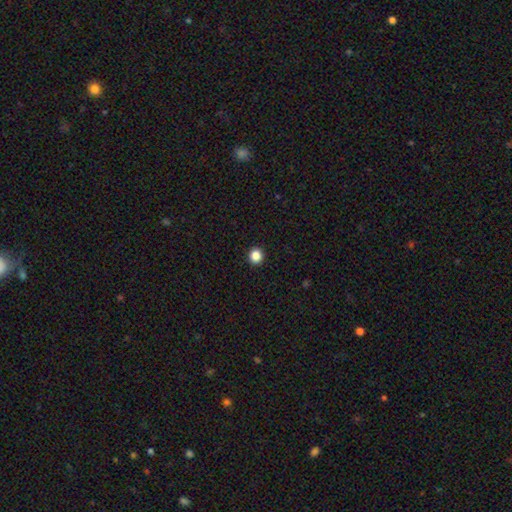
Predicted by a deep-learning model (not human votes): Smooth or featured? Predicted: smooth (p=0.86). How rounded? Predicted: round (p=0.92). Merging? Predicted: none (p=0.94).